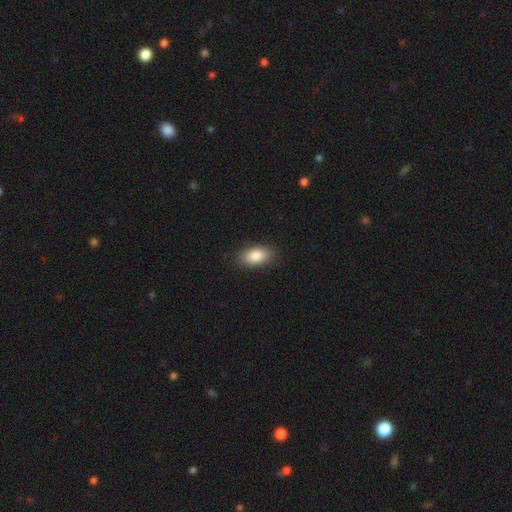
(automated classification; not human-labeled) Smooth or featured? smooth (85%)
How rounded? in between (91%)
Merging? none (88%)